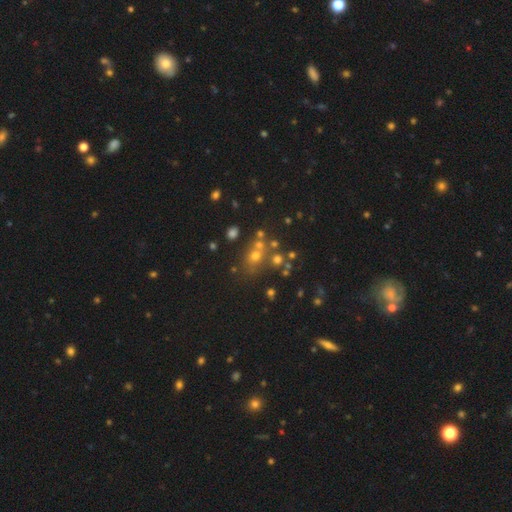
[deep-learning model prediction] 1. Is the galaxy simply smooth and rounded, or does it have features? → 53% smooth, 29% star or artifact, 18% featured or disk.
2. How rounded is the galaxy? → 69% round, 30% in between, 1% cigar-shaped.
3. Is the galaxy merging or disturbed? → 57% none, 26% merger, 12% minor disturbance, 6% major disturbance.